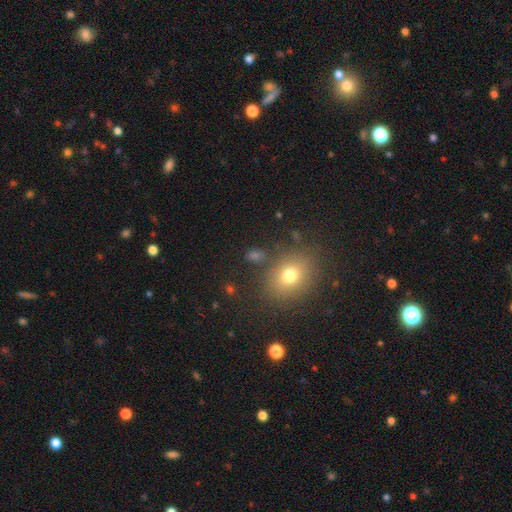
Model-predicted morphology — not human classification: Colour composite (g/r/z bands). It shows a smooth galaxy with no disk features (66%) that is in between round and cigar-shaped (53%). Merging: none (81%).